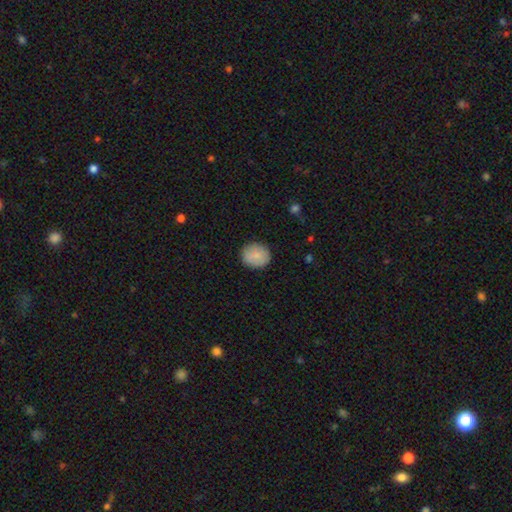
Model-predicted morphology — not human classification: This is clearly a smooth galaxy (85%). How rounded: likely round (74%). Merging: clearly none (85%).